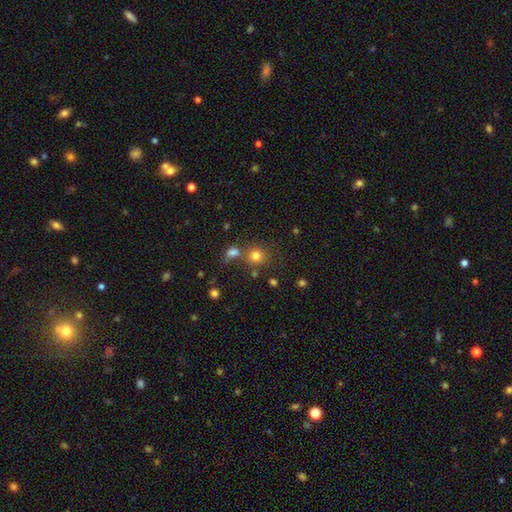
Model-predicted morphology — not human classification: Smooth or featured: smooth — 77% (star or artifact — 15%)
How rounded: round — 84% (in between — 15%)
Merging: none — 63% (merger — 23%)